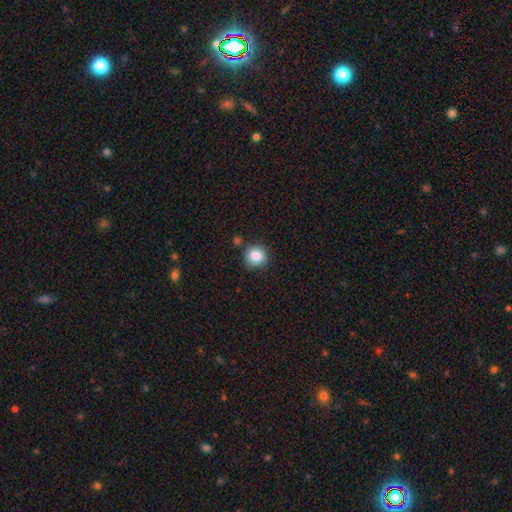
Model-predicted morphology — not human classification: Smooth or featured? smooth (86%)
How rounded? round (91%)
Merging? none (81%)